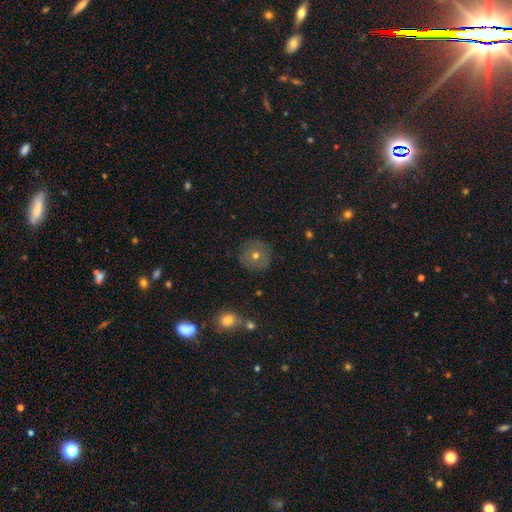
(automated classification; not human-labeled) smooth_or_featured: smooth (p=0.60) [alt: featured or disk p=0.27]
how_rounded: round (p=0.94) [alt: in between p=0.05]
merging: none (p=0.87) [alt: minor disturbance p=0.09]